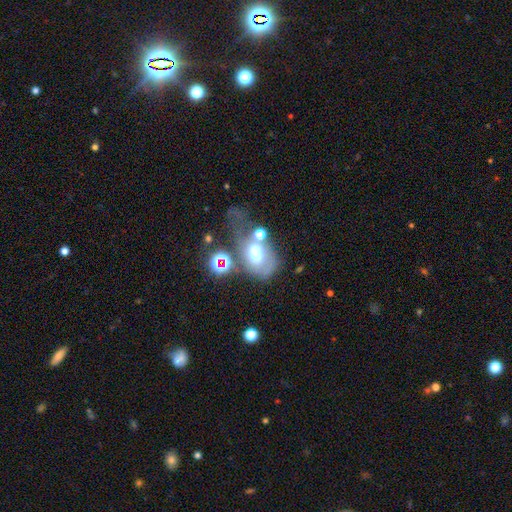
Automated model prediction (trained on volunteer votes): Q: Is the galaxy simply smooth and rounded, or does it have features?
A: smooth — 49%.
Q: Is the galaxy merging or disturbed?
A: major disturbance — 32%.